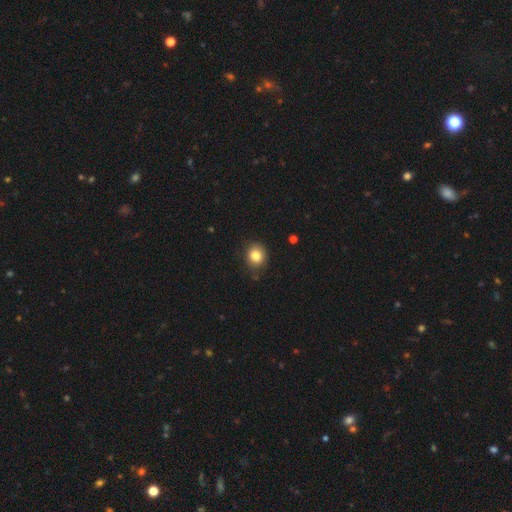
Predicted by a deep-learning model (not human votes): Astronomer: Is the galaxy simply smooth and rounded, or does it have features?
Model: smooth — 83%.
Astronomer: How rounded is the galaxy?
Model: round — 76%.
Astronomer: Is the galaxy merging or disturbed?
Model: none — 82%.